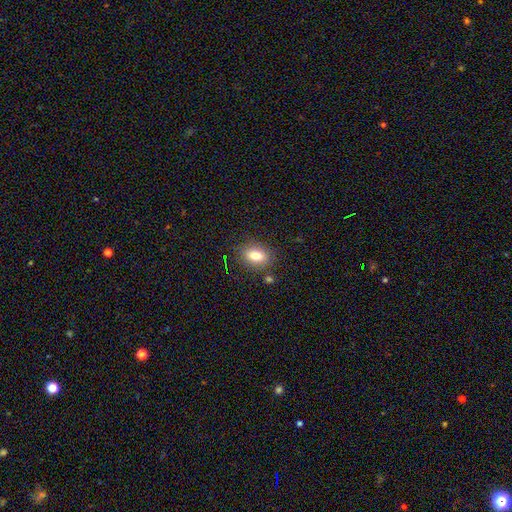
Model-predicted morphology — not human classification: The model was most divided on "how rounded": in between: 79%, round: 19%, cigar-shaped: 3%. More confident: merging — none (82%); smooth or featured — smooth (77%).